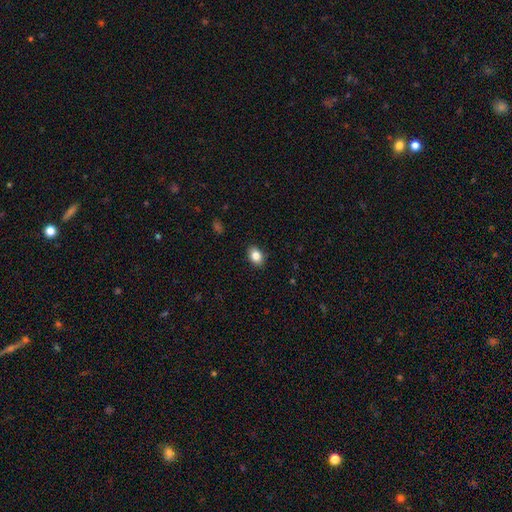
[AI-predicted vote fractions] smooth 83%, star or artifact 9%, featured or disk 8%. Down the decision tree: how rounded — in between (75%); merging — none (88%).